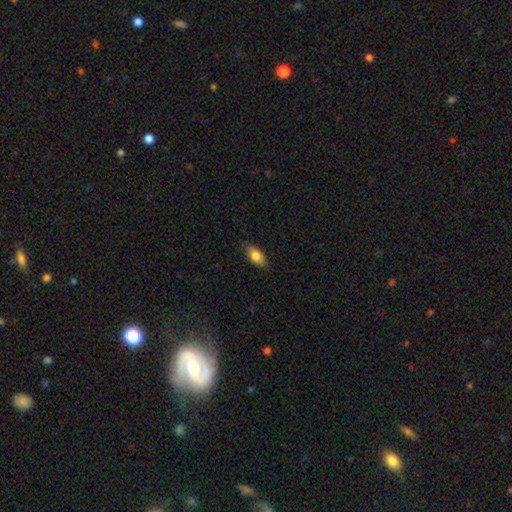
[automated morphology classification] The model was most divided on "merging": none: 82%, minor disturbance: 14%, major disturbance: 3%, merger: 1%. More confident: how rounded — in between (89%); smooth or featured — smooth (82%).